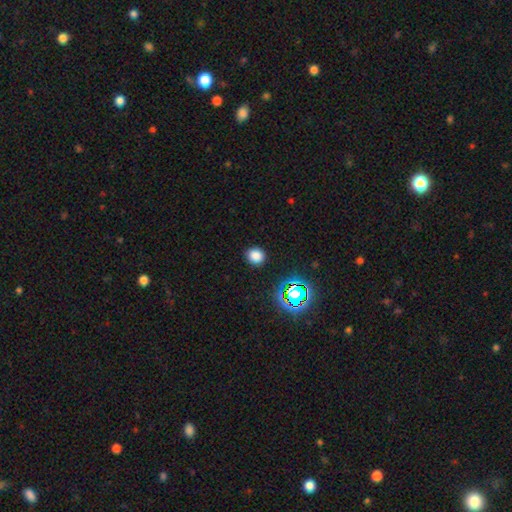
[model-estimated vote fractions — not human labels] The model was most divided on "how rounded": round: 76%, in between: 23%, cigar-shaped: 1%. More confident: merging — none (89%); smooth or featured — smooth (78%).